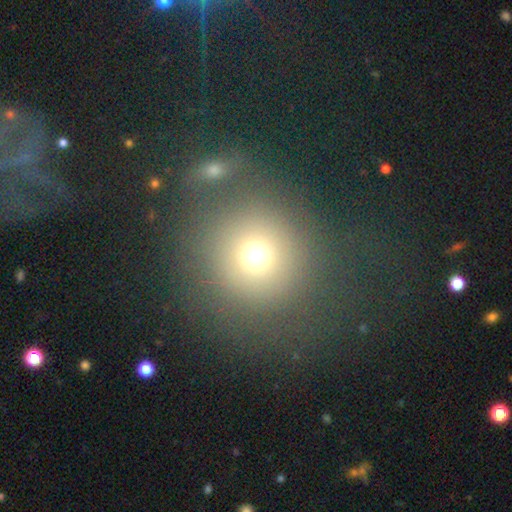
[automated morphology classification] This appears to be a smooth galaxy with no disk features (70%) that is round (93%). Merging: none (66%).